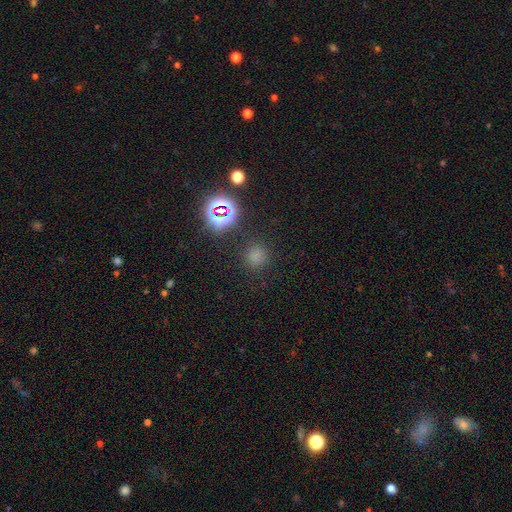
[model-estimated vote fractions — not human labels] The model was most divided on "smooth or featured": smooth: 67%, star or artifact: 28%, featured or disk: 6%. More confident: merging — none (84%); how rounded — round (84%).